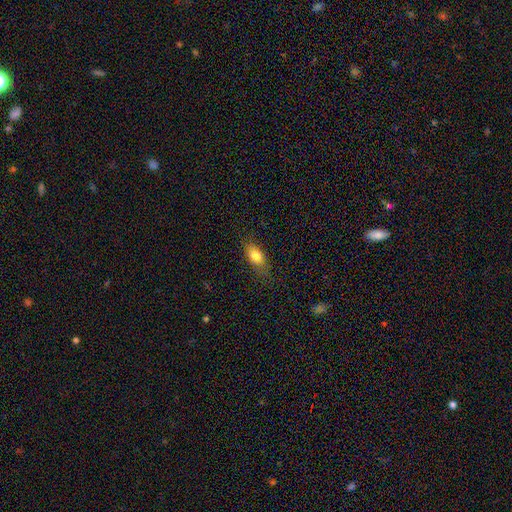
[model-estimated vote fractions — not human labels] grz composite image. It shows a smooth galaxy with no disk features (81%) that is in between round and cigar-shaped (83%). Merging: none (73%).